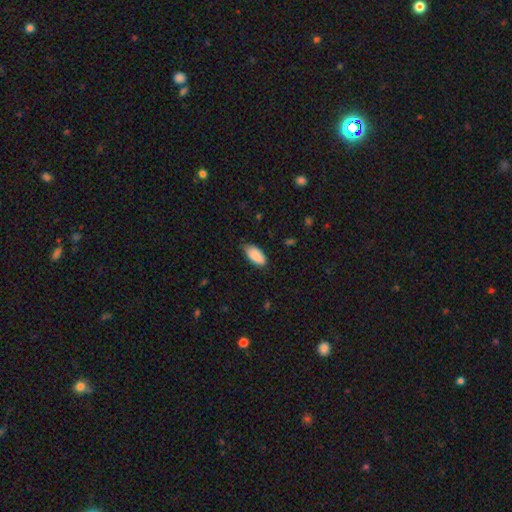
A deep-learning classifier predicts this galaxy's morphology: Smooth or featured?
  - smooth: 88% *
  - star or artifact: 6%
  - featured or disk: 5%
How rounded?
  - in between: 93% *
  - cigar-shaped: 5%
  - round: 2%
Merging?
  - none: 74% *
  - minor disturbance: 22%
  - major disturbance: 3%
  - merger: 1%